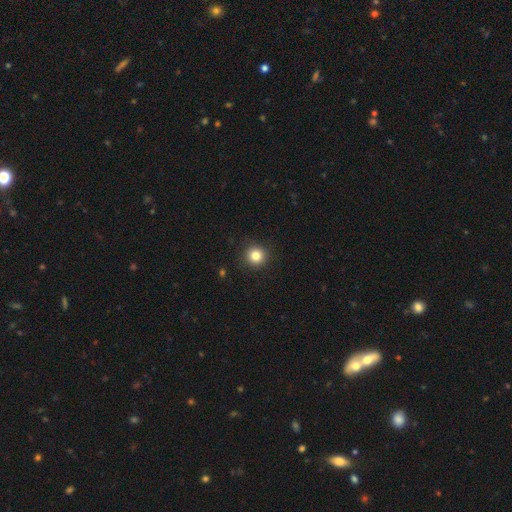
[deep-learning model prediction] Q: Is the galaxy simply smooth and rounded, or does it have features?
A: smooth — 83%.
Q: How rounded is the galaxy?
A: round — 94%.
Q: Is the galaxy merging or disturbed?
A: none — 92%.